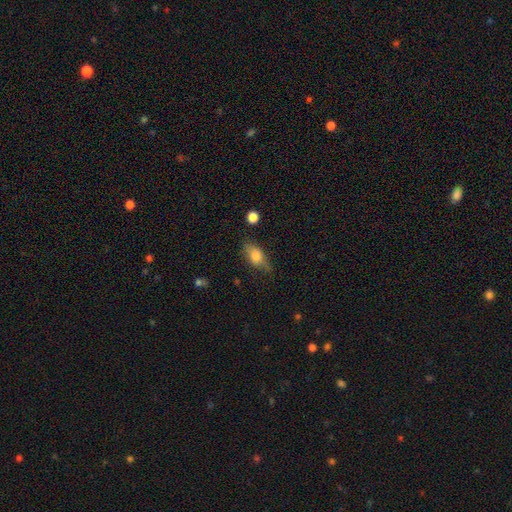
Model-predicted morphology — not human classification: smooth_or_featured: smooth (p=0.64) [alt: featured or disk p=0.28]
how_rounded: in between (p=0.77) [alt: cigar-shaped p=0.15]
merging: none (p=0.72) [alt: minor disturbance p=0.21]